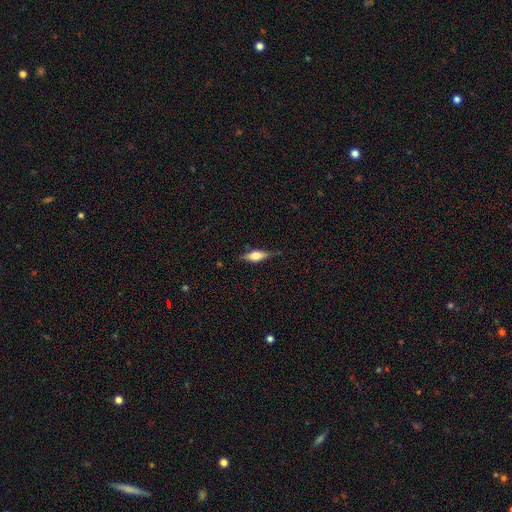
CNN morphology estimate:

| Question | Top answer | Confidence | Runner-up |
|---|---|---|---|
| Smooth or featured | featured or disk | 55% | smooth (38%) |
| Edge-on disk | yes | 95% | no (5%) |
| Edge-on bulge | rounded | 86% | boxy (12%) |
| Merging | none | 81% | minor disturbance (14%) |